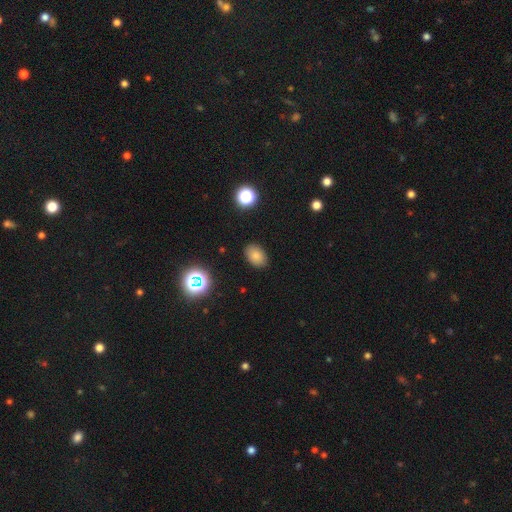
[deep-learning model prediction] This is clearly a smooth galaxy (80%). How rounded: clearly in between (83%). Merging: clearly none (87%).